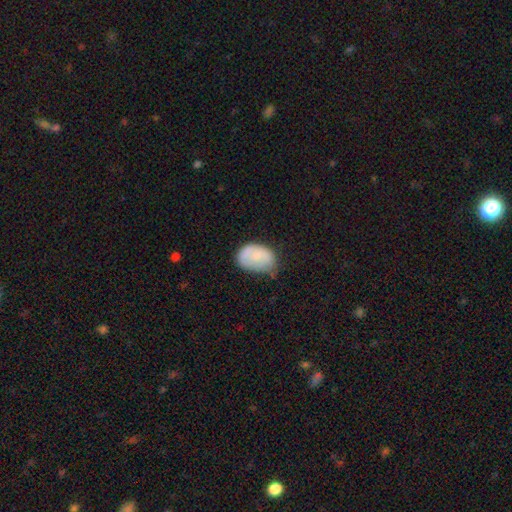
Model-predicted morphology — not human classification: The model was most divided on "merging": none: 43%, minor disturbance: 41%, major disturbance: 13%, merger: 3%. More confident: how rounded — in between (83%); smooth or featured — smooth (75%).